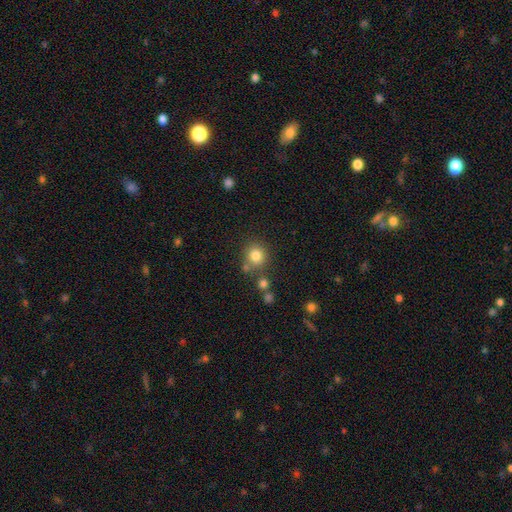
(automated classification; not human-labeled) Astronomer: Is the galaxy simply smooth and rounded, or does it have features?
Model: smooth — 81%.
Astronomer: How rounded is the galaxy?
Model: round — 88%.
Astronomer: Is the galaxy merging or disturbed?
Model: none — 74%.